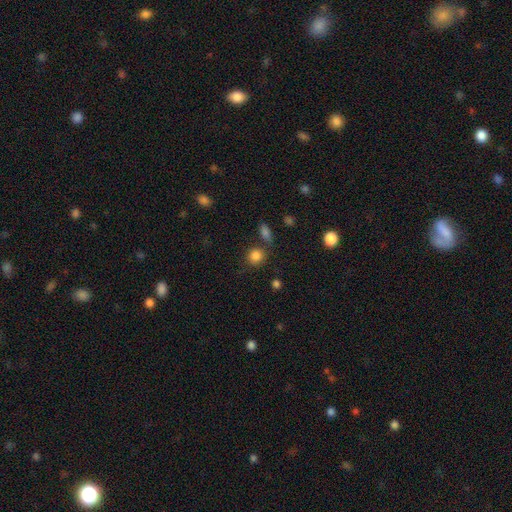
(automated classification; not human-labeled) smooth_or_featured: smooth (p=0.84) [alt: star or artifact p=0.11]
how_rounded: round (p=0.82) [alt: in between p=0.17]
merging: none (p=0.72) [alt: minor disturbance p=0.12]